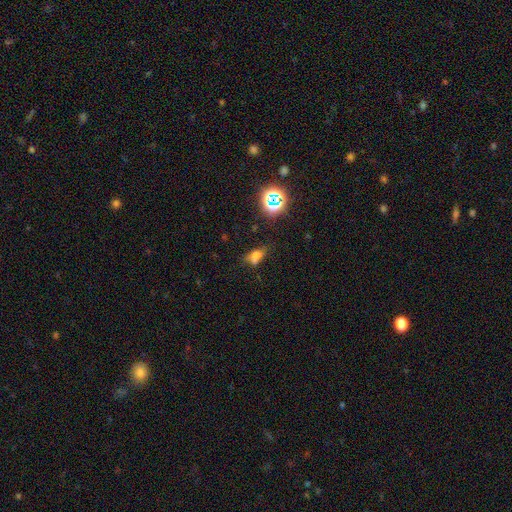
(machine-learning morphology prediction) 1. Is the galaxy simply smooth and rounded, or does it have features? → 57% smooth, 25% star or artifact, 18% featured or disk.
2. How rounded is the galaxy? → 73% in between, 17% round, 11% cigar-shaped.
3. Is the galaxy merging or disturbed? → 42% none, 23% minor disturbance, 21% merger, 14% major disturbance.